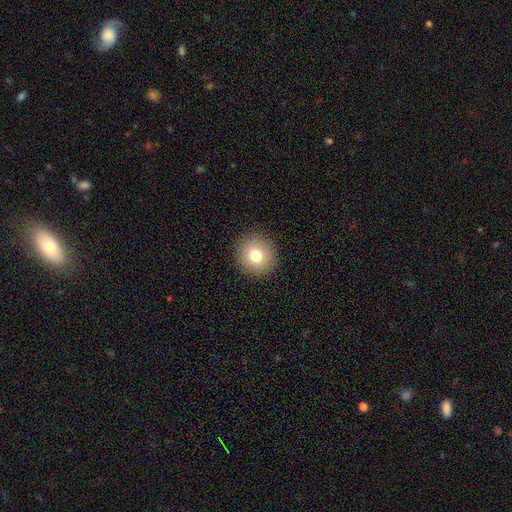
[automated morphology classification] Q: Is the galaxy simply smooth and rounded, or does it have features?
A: smooth — 78%.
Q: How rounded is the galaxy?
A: round — 89%.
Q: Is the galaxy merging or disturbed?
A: none — 91%.